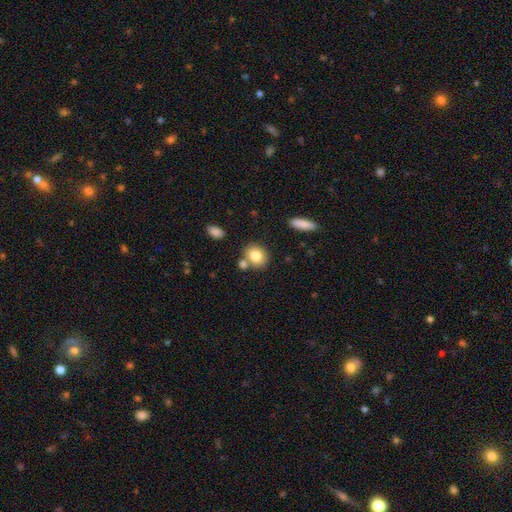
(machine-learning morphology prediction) This is likely a smooth galaxy (80%). How rounded: possibly round (60%). Merging: likely none (67%).